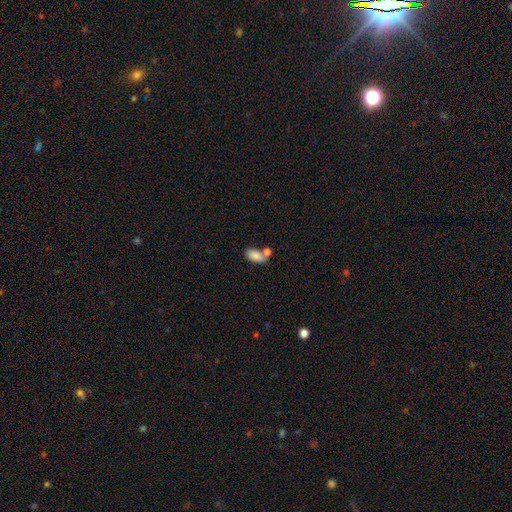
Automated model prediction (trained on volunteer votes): smooth 84%, featured or disk 8%, star or artifact 8%. Down the decision tree: how rounded — in between (92%); merging — none (45%).